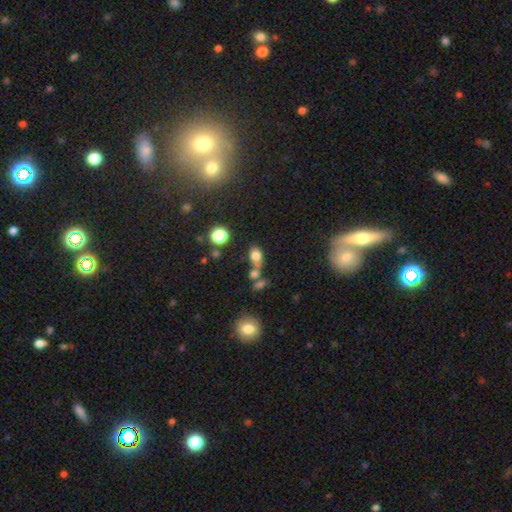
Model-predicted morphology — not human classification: A smooth galaxy with no disk features (74%) that is in between round and cigar-shaped (71%).

Vote fractions:
- Smooth or featured? smooth: 74% / star or artifact: 15% / featured or disk: 11%
- How rounded? in between: 71% / round: 26% / cigar-shaped: 3%
- Merging? merger: 41% / none: 37% / minor disturbance: 13% / major disturbance: 8%